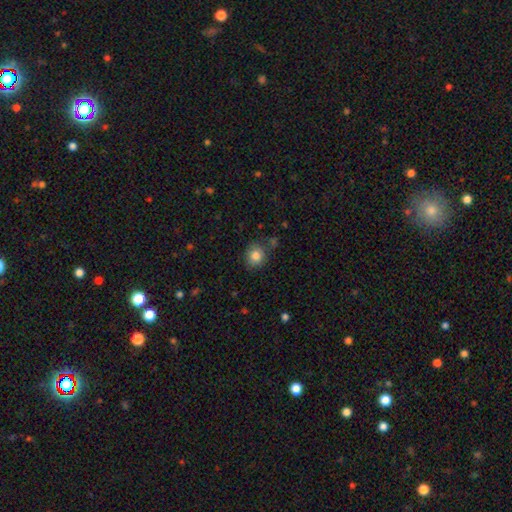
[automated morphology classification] Smooth or featured? smooth (84%)
How rounded? round (73%)
Merging? none (76%)